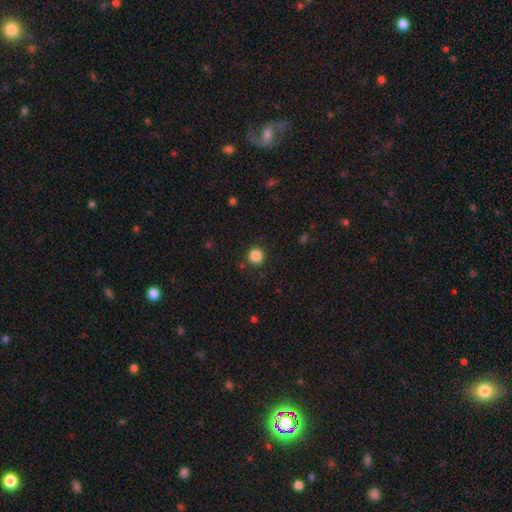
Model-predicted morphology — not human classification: smooth-or-featured: smooth: 86% | star or artifact: 11% | featured or disk: 3%
  how-rounded: round: 94% | in between: 5% | cigar-shaped: 1%
  merging: none: 89% | minor disturbance: 6% | major disturbance: 3% | merger: 2%